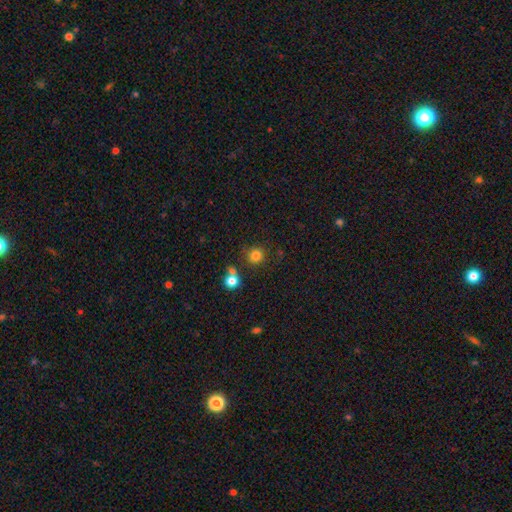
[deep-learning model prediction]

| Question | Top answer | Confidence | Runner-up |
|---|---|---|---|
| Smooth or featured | smooth | 81% | star or artifact (14%) |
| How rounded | round | 92% | in between (7%) |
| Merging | none | 79% | minor disturbance (9%) |